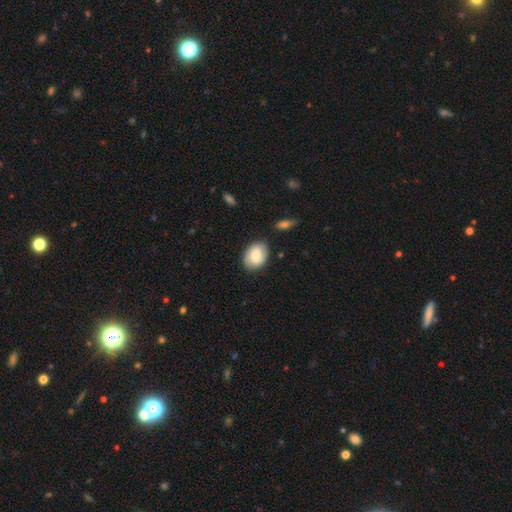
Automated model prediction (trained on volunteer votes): smooth-or-featured: smooth: 70% | featured or disk: 23% | star or artifact: 7%
  how-rounded: in between: 68% | round: 31% | cigar-shaped: 1%
  merging: none: 81% | minor disturbance: 14% | major disturbance: 3% | merger: 3%